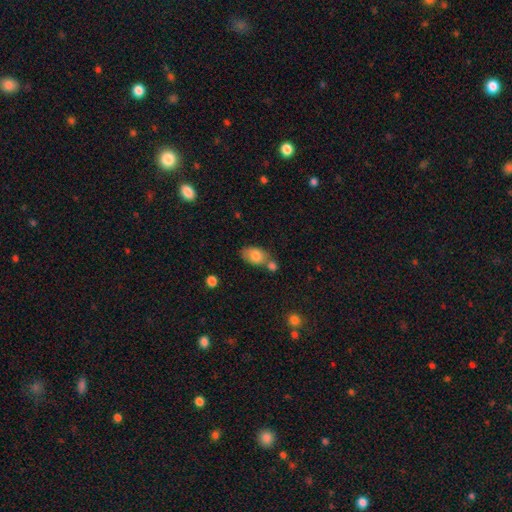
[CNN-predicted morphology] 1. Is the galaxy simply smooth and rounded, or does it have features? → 81% smooth, 12% featured or disk, 7% star or artifact.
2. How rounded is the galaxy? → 86% in between, 13% round, 2% cigar-shaped.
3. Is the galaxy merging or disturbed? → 48% none, 31% merger, 16% minor disturbance, 5% major disturbance.